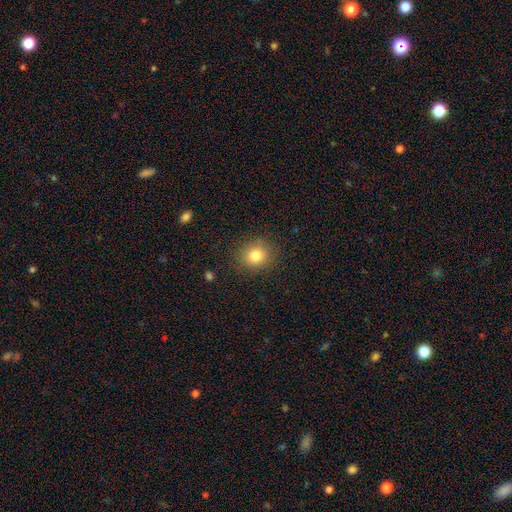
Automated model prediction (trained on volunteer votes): smooth 81%, star or artifact 11%, featured or disk 8%. Down the decision tree: how rounded — round (81%); merging — none (87%).